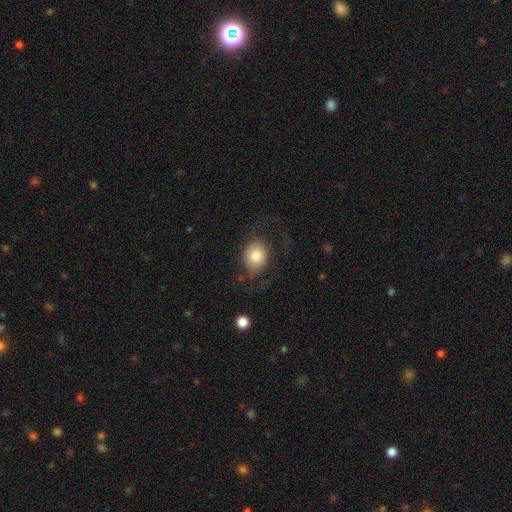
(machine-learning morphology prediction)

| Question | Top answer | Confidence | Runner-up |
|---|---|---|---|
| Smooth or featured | smooth | 76% | featured or disk (15%) |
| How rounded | round | 60% | in between (39%) |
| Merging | none | 63% | minor disturbance (19%) |